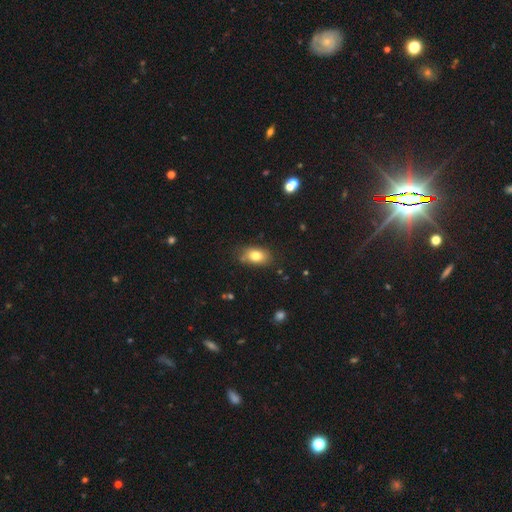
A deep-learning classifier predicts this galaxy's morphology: A smooth galaxy with no disk features (80%) that is in between round and cigar-shaped (85%). Merging: none (75%).